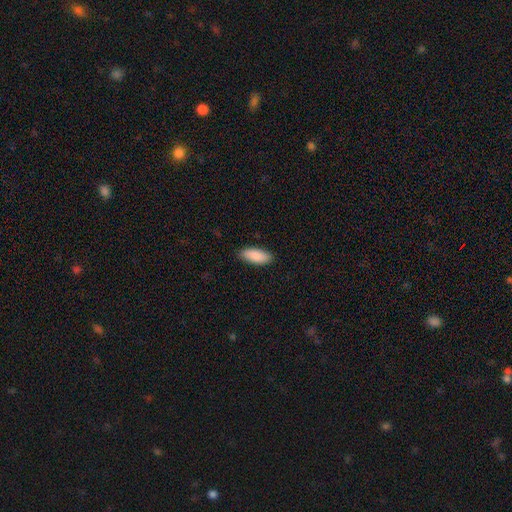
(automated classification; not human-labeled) Overall: smooth (90%). How rounded: in between (82%). Merging: none (87%).